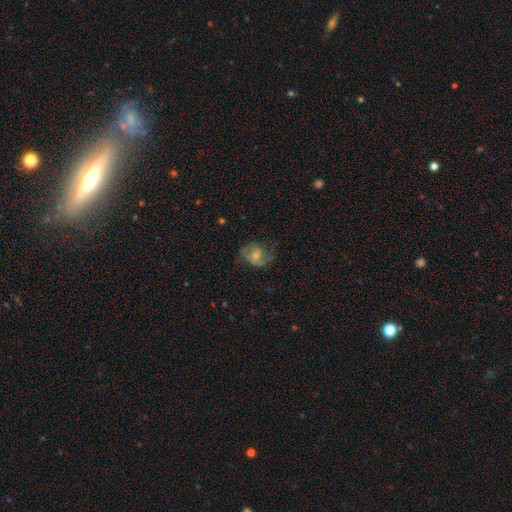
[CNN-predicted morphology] Q: Smooth or featured?
A: featured or disk (57%); runner-up: smooth (35%)
Q: Edge-on disk?
A: no (97%); runner-up: yes (3%)
Q: Bar?
A: no (59%); runner-up: weak (34%)
Q: Spiral arms?
A: yes (82%); runner-up: no (18%)
Q: Bulge size?
A: moderate (45%); runner-up: small (35%)
Q: Merging?
A: none (54%); runner-up: minor disturbance (23%)